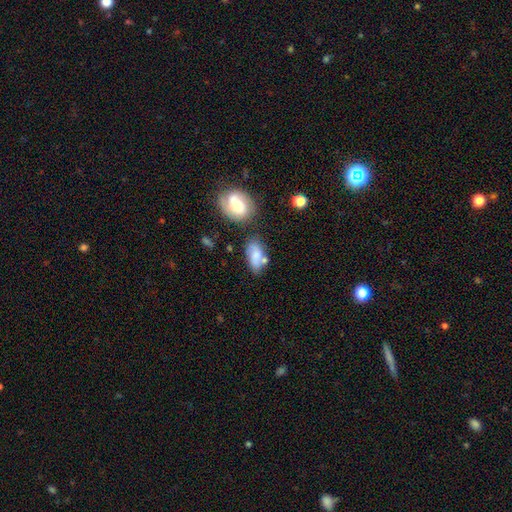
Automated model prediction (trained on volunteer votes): Overall: smooth (67%). How rounded: in between (88%). Merging: none (51%; minor disturbance 23%).